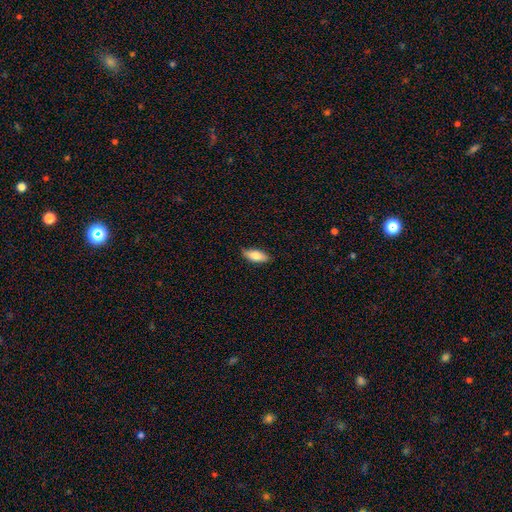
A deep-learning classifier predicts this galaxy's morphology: A smooth galaxy with no disk features (78%) that is in between round and cigar-shaped (76%).

Vote fractions:
- Smooth or featured? smooth: 78% / featured or disk: 15% / star or artifact: 6%
- How rounded? in between: 76% / cigar-shaped: 22% / round: 2%
- Merging? none: 86% / minor disturbance: 11% / major disturbance: 2% / merger: 1%